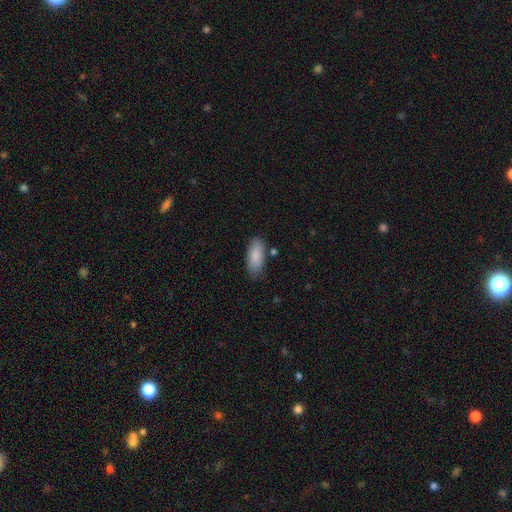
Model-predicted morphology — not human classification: smooth-or-featured: smooth: 87% | featured or disk: 7% | star or artifact: 6%
  how-rounded: in between: 86% | cigar-shaped: 12% | round: 2%
  merging: none: 78% | minor disturbance: 15% | merger: 4% | major disturbance: 3%